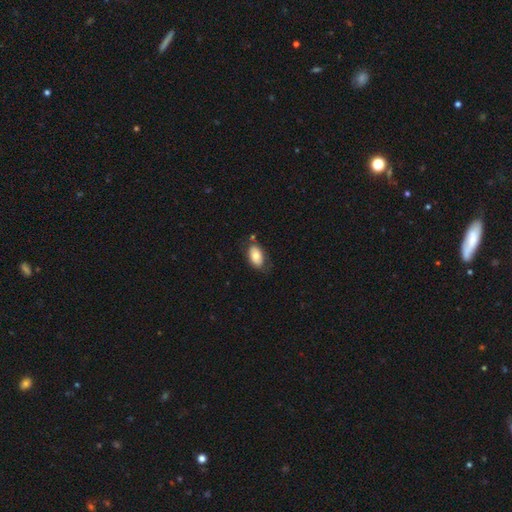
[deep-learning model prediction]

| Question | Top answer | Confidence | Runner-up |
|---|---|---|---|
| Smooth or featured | smooth | 73% | featured or disk (20%) |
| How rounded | in between | 93% | round (6%) |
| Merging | none | 67% | minor disturbance (22%) |